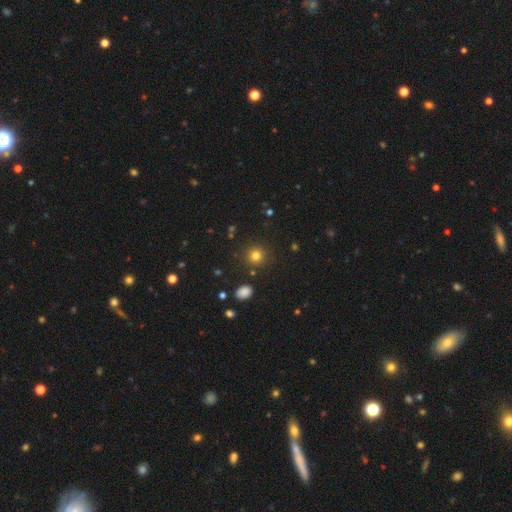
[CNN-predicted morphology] This is likely a smooth galaxy (79%). How rounded: clearly round (92%). Merging: clearly none (88%).